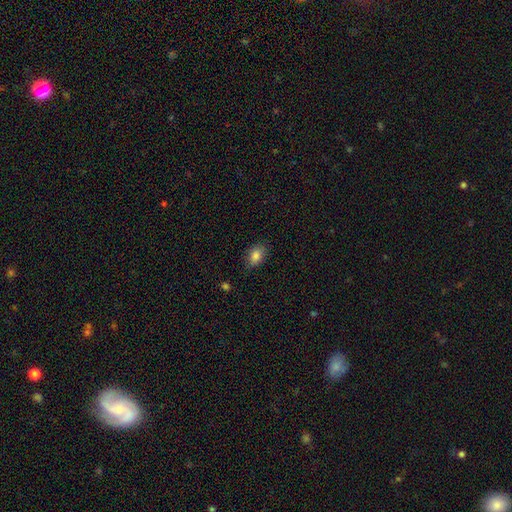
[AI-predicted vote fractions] smooth-or-featured: smooth: 85% | star or artifact: 9% | featured or disk: 6%
  how-rounded: in between: 83% | round: 16% | cigar-shaped: 2%
  merging: none: 80% | minor disturbance: 15% | major disturbance: 3% | merger: 1%